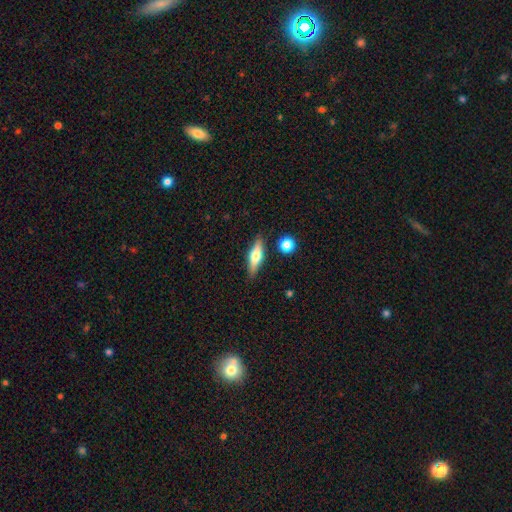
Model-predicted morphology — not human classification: A featured or disk galaxy (48%).

Vote fractions:
- Smooth or featured? featured or disk: 48% / smooth: 45% / star or artifact: 7%
- Merging? none: 85% / minor disturbance: 9% / merger: 3% / major disturbance: 2%